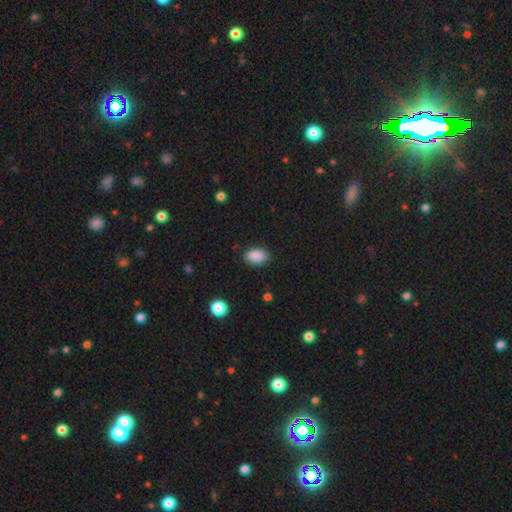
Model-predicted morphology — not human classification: Overall: smooth (88%). How rounded: in between (89%). Merging: none (85%).